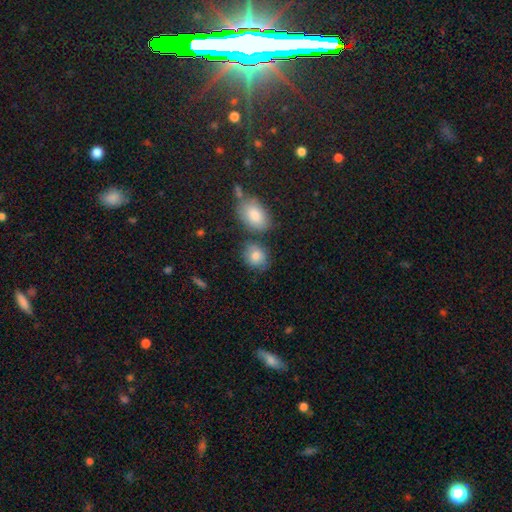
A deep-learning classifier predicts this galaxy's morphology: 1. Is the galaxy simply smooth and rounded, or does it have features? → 82% smooth, 10% featured or disk, 8% star or artifact.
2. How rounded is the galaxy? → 59% round, 40% in between, 1% cigar-shaped.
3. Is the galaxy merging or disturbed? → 65% none, 16% merger, 15% minor disturbance, 4% major disturbance.